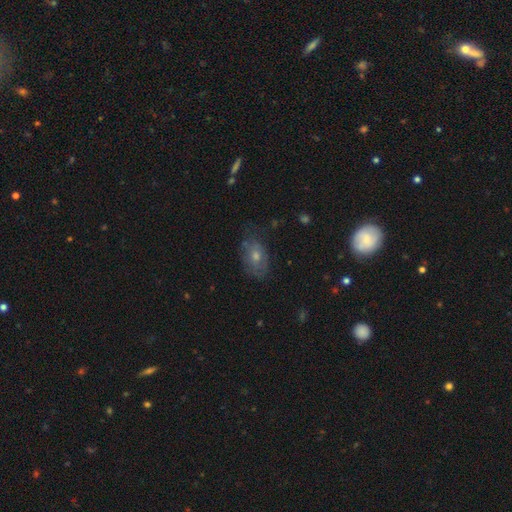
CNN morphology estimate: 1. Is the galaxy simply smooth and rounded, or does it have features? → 43% smooth, 41% featured or disk, 15% star or artifact.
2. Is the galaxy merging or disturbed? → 66% none, 23% minor disturbance, 9% major disturbance, 2% merger.